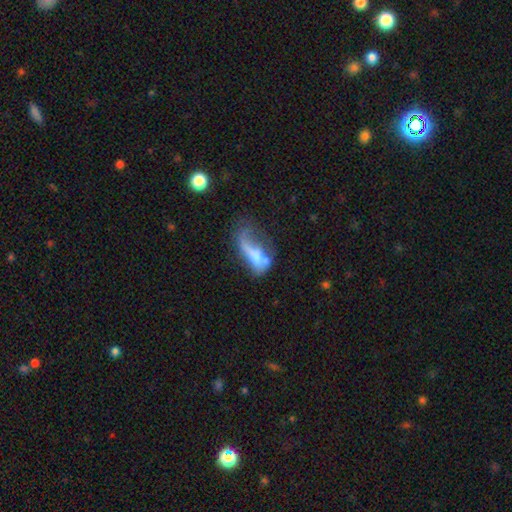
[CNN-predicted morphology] Q: Smooth or featured?
A: smooth (48%); runner-up: featured or disk (41%)
Q: Merging?
A: major disturbance (50%); runner-up: none (17%)